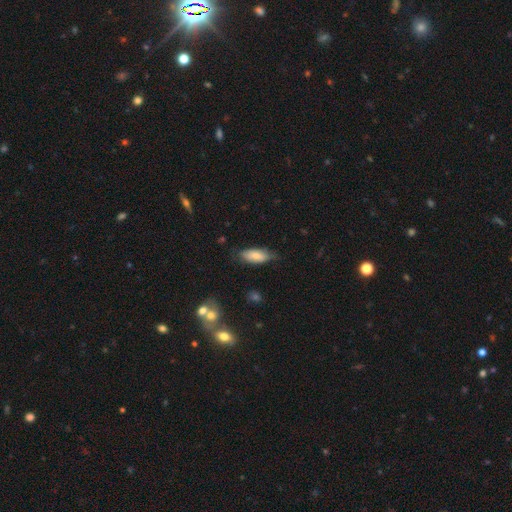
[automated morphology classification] Smooth or featured?
  - smooth: 77% *
  - featured or disk: 16%
  - star or artifact: 7%
How rounded?
  - in between: 82% *
  - cigar-shaped: 15%
  - round: 2%
Merging?
  - none: 65% *
  - minor disturbance: 27%
  - major disturbance: 6%
  - merger: 2%